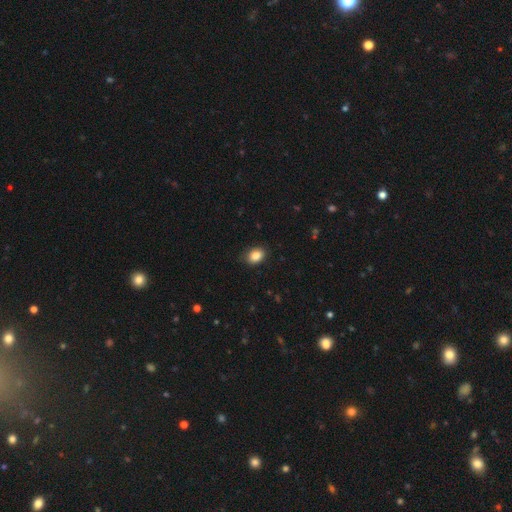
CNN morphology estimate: Smooth or featured: smooth — 86% (star or artifact — 9%)
How rounded: in between — 75% (round — 24%)
Merging: none — 83% (minor disturbance — 13%)